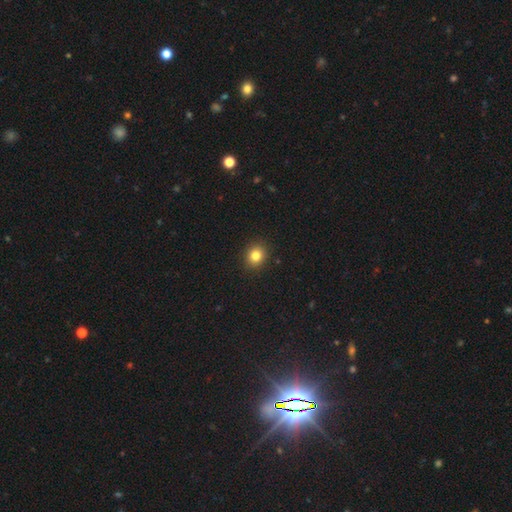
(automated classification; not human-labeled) A smooth galaxy with no disk features (83%) that is round (76%).

Vote fractions:
- Smooth or featured? smooth: 83% / star or artifact: 11% / featured or disk: 6%
- How rounded? round: 76% / in between: 23% / cigar-shaped: 1%
- Merging? none: 91% / minor disturbance: 6% / major disturbance: 2% / merger: 1%